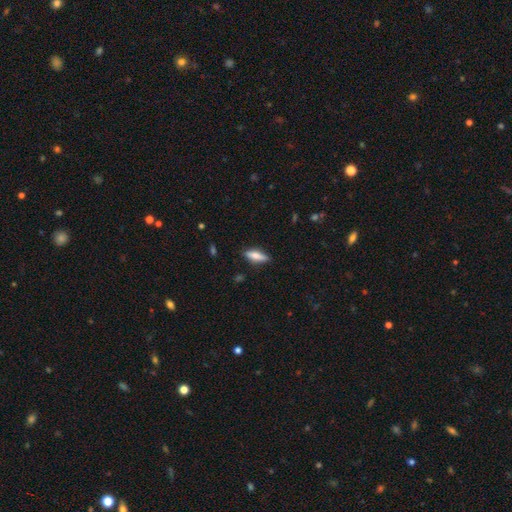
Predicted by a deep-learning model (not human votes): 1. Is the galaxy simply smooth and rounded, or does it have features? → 68% smooth, 25% featured or disk, 7% star or artifact.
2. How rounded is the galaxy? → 52% in between, 46% cigar-shaped, 2% round.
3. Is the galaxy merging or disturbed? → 82% none, 14% minor disturbance, 3% major disturbance, 1% merger.